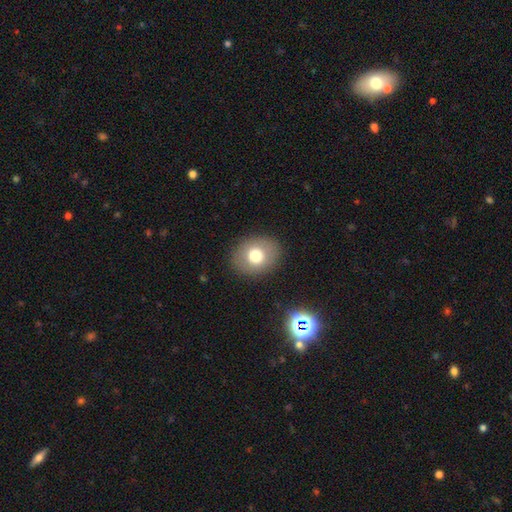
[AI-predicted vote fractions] Smooth or featured? Predicted: smooth (p=0.72). How rounded? Predicted: round (p=0.56). Merging? Predicted: none (p=0.86).